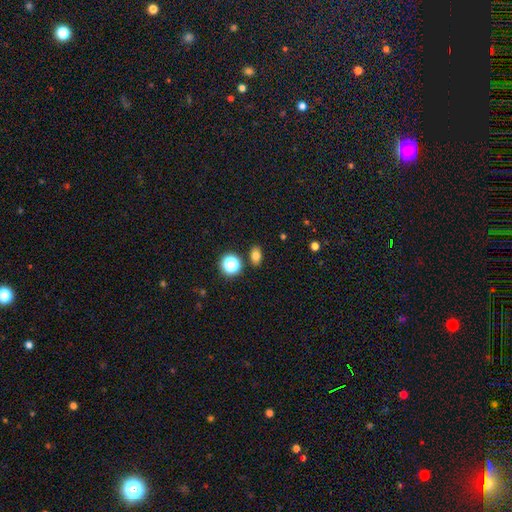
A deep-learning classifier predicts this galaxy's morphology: type=smooth (77%); roundness=in between (75%); merging=none (84%).